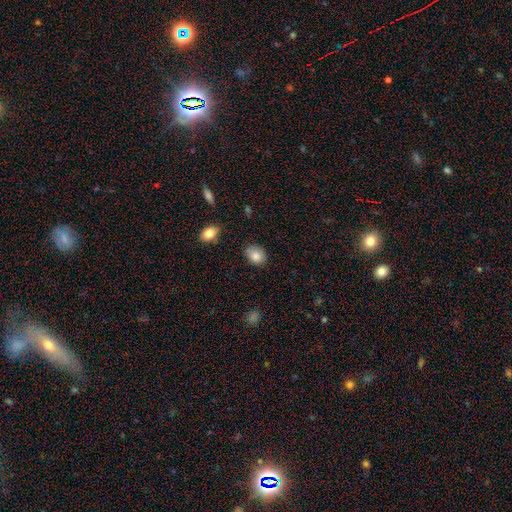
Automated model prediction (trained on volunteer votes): This appears to be a smooth galaxy with no disk features (85%) that is in between round and cigar-shaped (57%). Merging: none (78%).